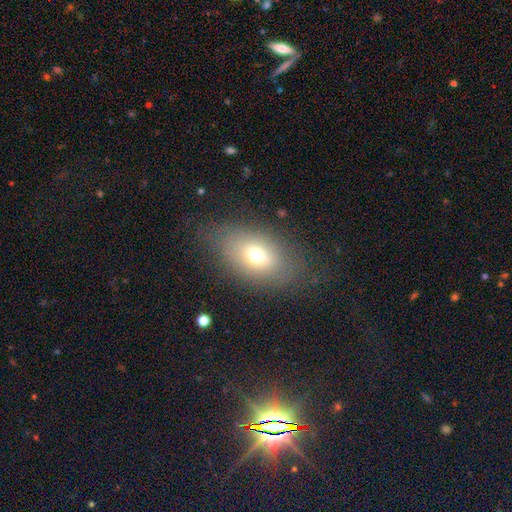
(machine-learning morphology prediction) This appears to be a smooth galaxy with no disk features (65%) that is in between round and cigar-shaped (80%). Merging: none (75%).